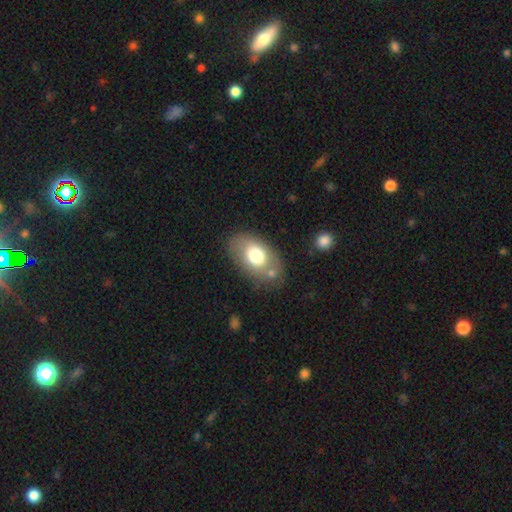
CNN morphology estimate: A smooth galaxy with no disk features (70%) that is in between round and cigar-shaped (87%). Merging: none (68%).